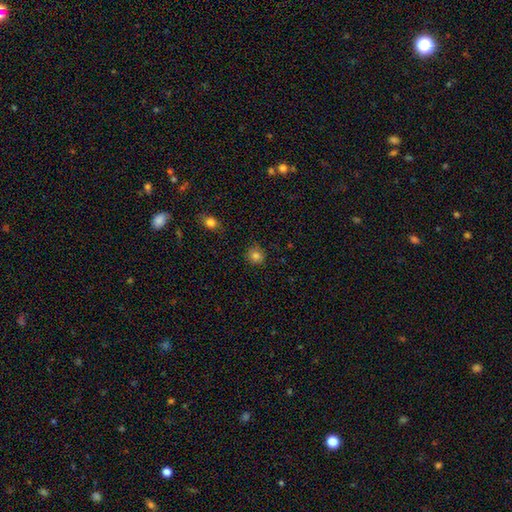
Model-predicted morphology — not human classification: type=smooth (82%); roundness=round (90%); merging=none (87%).